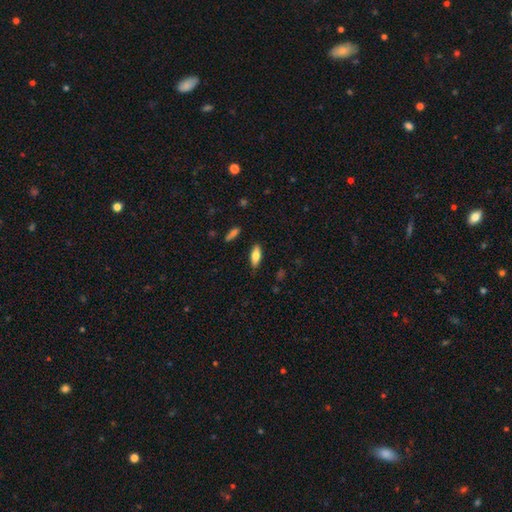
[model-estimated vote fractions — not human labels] The model was most divided on "how rounded": in between: 71%, cigar-shaped: 27%, round: 2%. More confident: merging — none (86%); smooth or featured — smooth (74%).